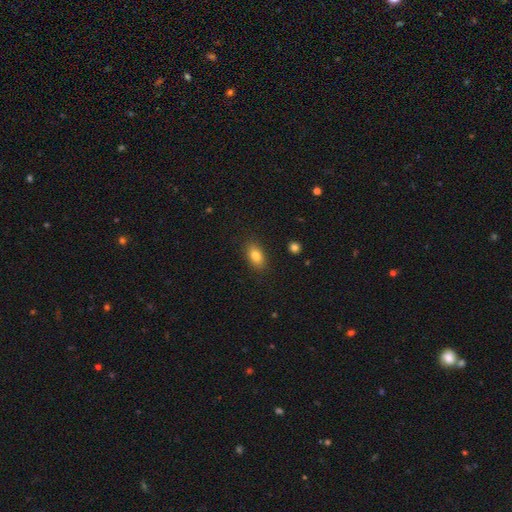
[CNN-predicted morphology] Q: Smooth or featured?
A: smooth (81%); runner-up: featured or disk (10%)
Q: How rounded?
A: in between (85%); runner-up: round (11%)
Q: Merging?
A: none (86%); runner-up: minor disturbance (10%)